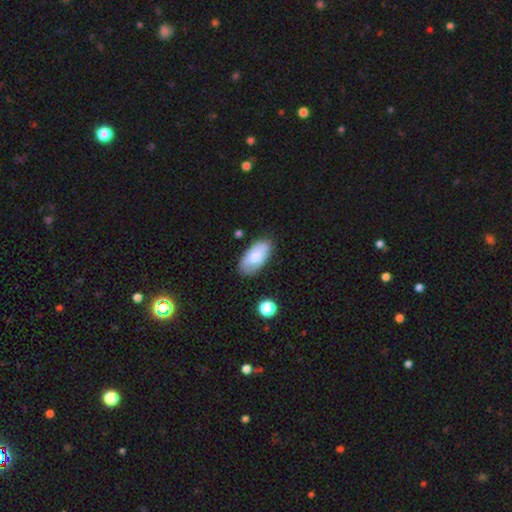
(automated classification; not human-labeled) Smooth or featured: smooth — 80% (featured or disk — 13%)
How rounded: in between — 94% (cigar-shaped — 4%)
Merging: none — 77% (minor disturbance — 17%)